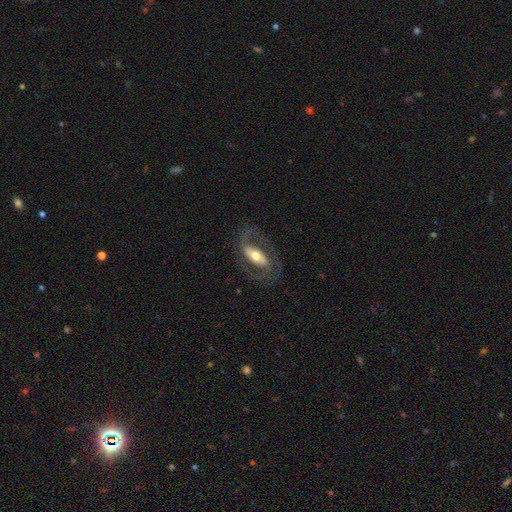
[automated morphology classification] Q: Smooth or featured?
A: featured or disk (80%); runner-up: smooth (15%)
Q: Edge-on disk?
A: no (93%); runner-up: yes (7%)
Q: Bar?
A: strong (47%); runner-up: weak (28%)
Q: Spiral arms?
A: yes (87%); runner-up: no (13%)
Q: Spiral winding?
A: medium (51%); runner-up: tight (26%)
Q: Spiral arm count?
A: 2 (87%); runner-up: can't tell (6%)
Q: Bulge size?
A: moderate (65%); runner-up: small (17%)
Q: Merging?
A: none (73%); runner-up: minor disturbance (14%)